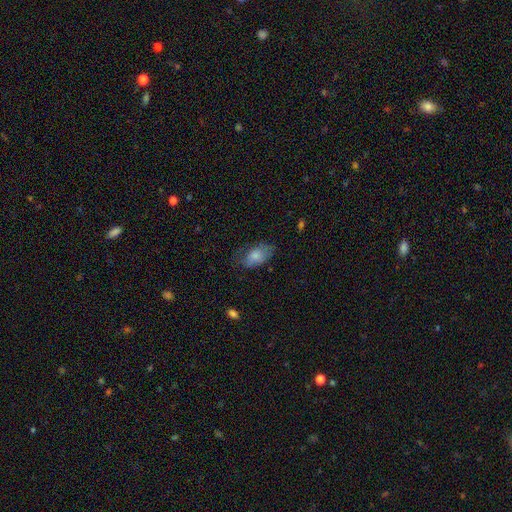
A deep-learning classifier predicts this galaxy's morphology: This is likely a smooth galaxy (77%). How rounded: clearly in between (92%). Merging: possibly none (57%).